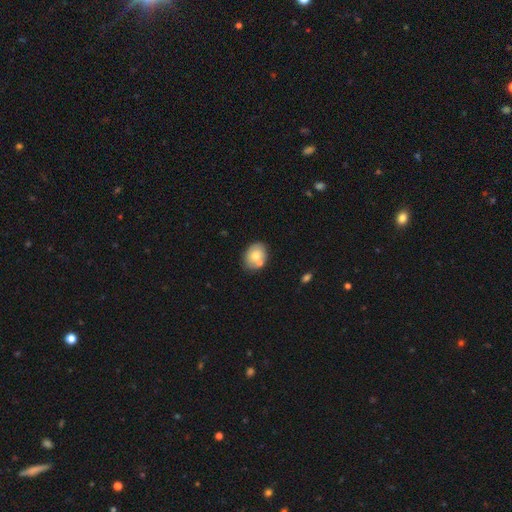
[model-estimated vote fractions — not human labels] Smooth or featured: smooth — 71% (featured or disk — 22%)
How rounded: in between — 59% (round — 40%)
Merging: none — 65% (merger — 17%)